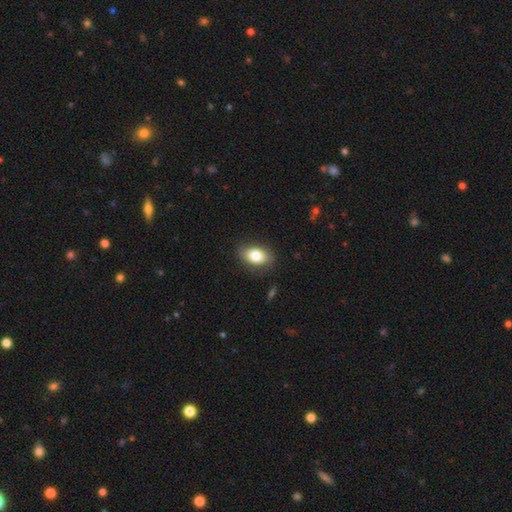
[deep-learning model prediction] Smooth or featured? smooth (79%)
How rounded? in between (84%)
Merging? none (82%)